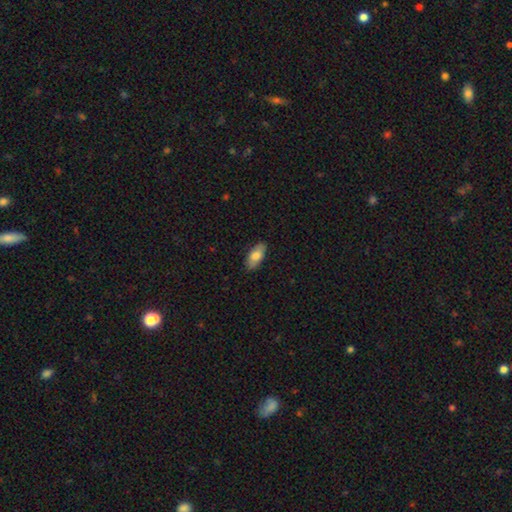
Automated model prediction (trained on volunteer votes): Smooth or featured?
  - smooth: 79% *
  - featured or disk: 14%
  - star or artifact: 6%
How rounded?
  - in between: 87% *
  - cigar-shaped: 11%
  - round: 2%
Merging?
  - none: 87% *
  - minor disturbance: 10%
  - major disturbance: 2%
  - merger: 1%